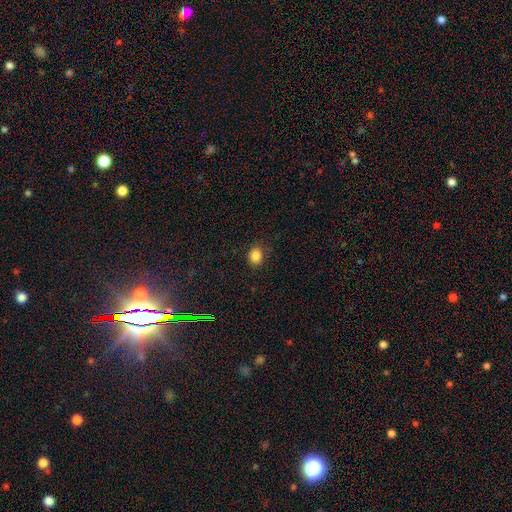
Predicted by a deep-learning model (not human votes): A smooth galaxy with no disk features (86%) that is in between round and cigar-shaped (53%). Merging: none (85%).